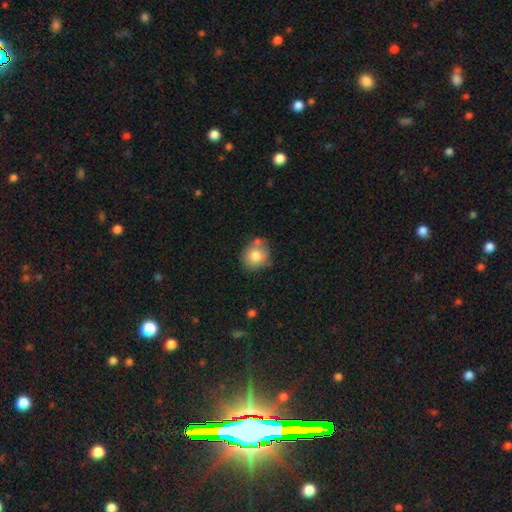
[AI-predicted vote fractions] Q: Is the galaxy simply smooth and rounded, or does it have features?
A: smooth — 80%.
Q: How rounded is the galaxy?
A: round — 82%.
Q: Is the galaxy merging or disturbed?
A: none — 66%.